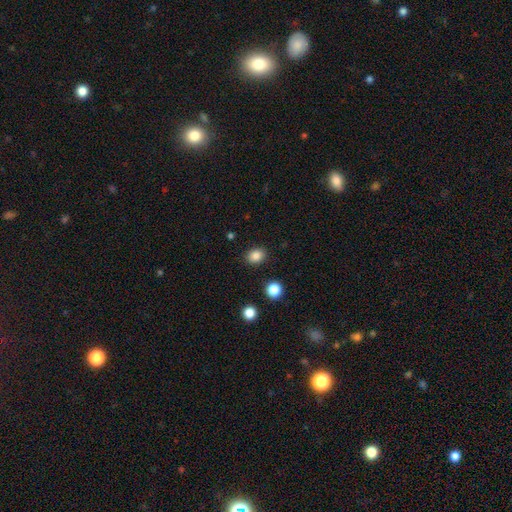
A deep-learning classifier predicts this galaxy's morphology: This appears to be a smooth galaxy with no disk features (85%) that is round (50%). Merging: none (88%).